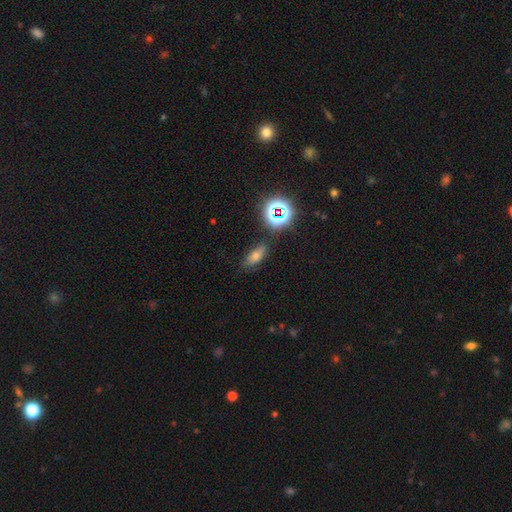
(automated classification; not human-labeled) This appears to be a smooth galaxy with no disk features (55%) that is in between round and cigar-shaped (65%). Merging: none (79%).